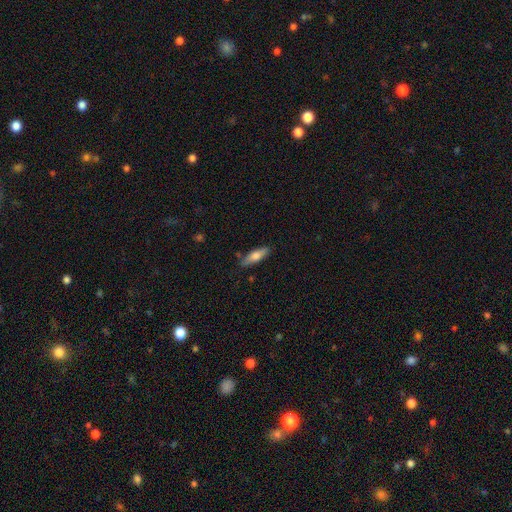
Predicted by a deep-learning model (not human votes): The model was most divided on "how rounded": cigar-shaped: 57%, in between: 41%, round: 2%. More confident: merging — none (82%); smooth or featured — smooth (67%).